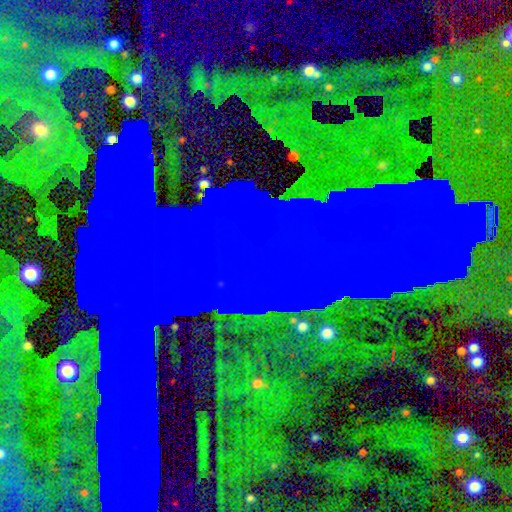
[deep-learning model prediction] Smooth or featured? star or artifact (86%)